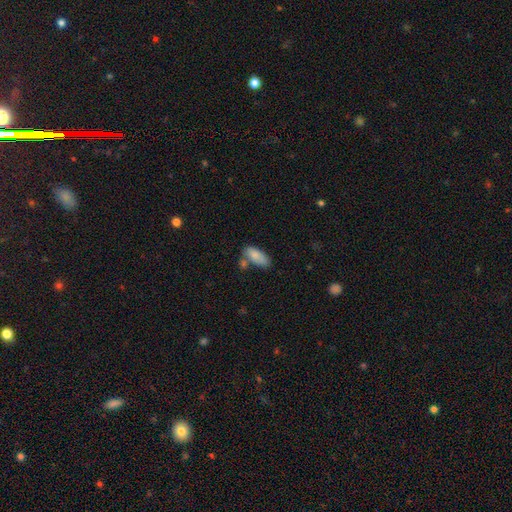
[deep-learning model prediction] smooth-or-featured: smooth: 82% | featured or disk: 11% | star or artifact: 7%
  how-rounded: in between: 85% | cigar-shaped: 13% | round: 2%
  merging: none: 51% | minor disturbance: 22% | merger: 21% | major disturbance: 6%